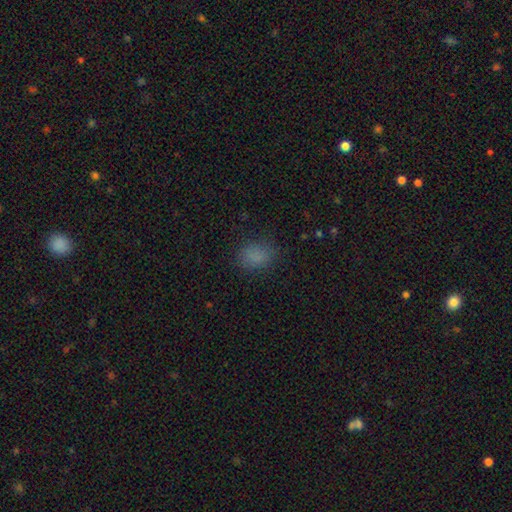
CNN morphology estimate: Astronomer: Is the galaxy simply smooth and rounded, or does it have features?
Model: smooth — 81%.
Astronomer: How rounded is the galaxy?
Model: in between — 63%.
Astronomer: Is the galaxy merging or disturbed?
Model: none — 80%.